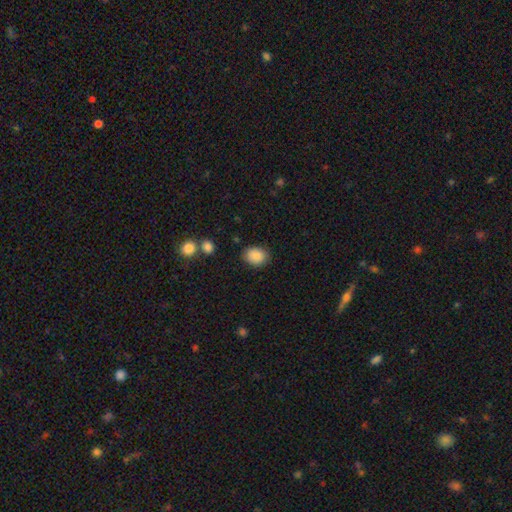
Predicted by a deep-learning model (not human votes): Smooth or featured? smooth (87%)
How rounded? in between (56%)
Merging? none (82%)